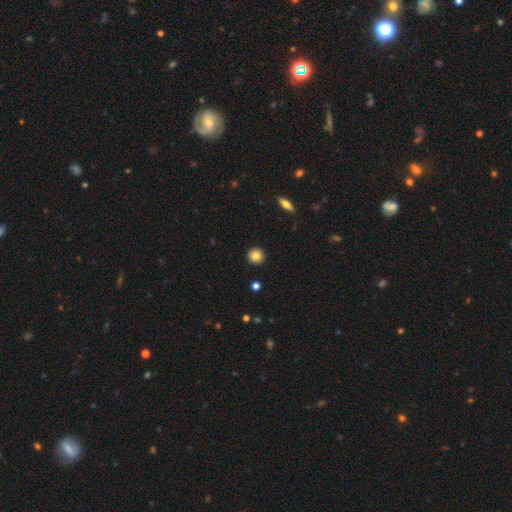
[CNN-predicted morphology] Smooth or featured: smooth — 84% (star or artifact — 9%)
How rounded: round — 94% (in between — 5%)
Merging: none — 93% (minor disturbance — 5%)